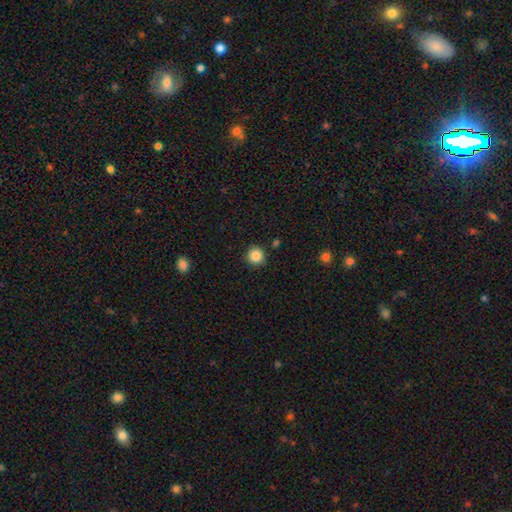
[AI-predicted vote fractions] This appears to be a smooth galaxy with no disk features (86%) that is round (93%). Merging: none (89%).